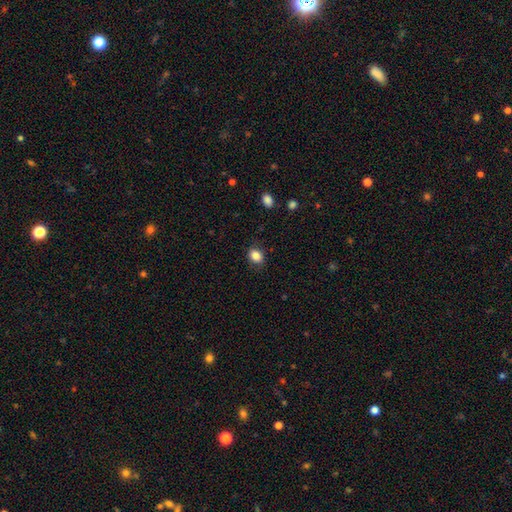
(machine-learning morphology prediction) Smooth or featured? smooth (85%)
How rounded? in between (56%)
Merging? none (82%)